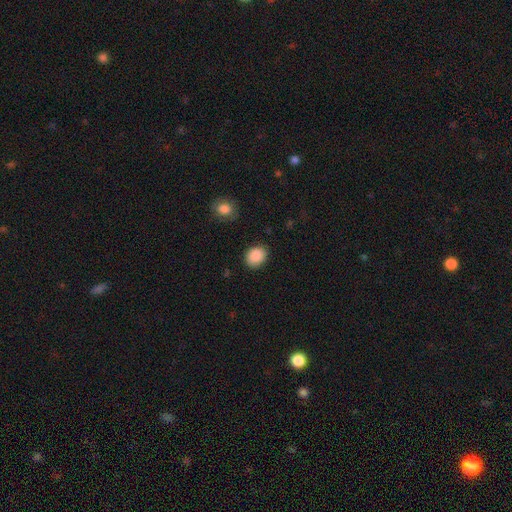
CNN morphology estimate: smooth 89%, star or artifact 7%, featured or disk 3%. Down the decision tree: how rounded — in between (55%); merging — none (84%).